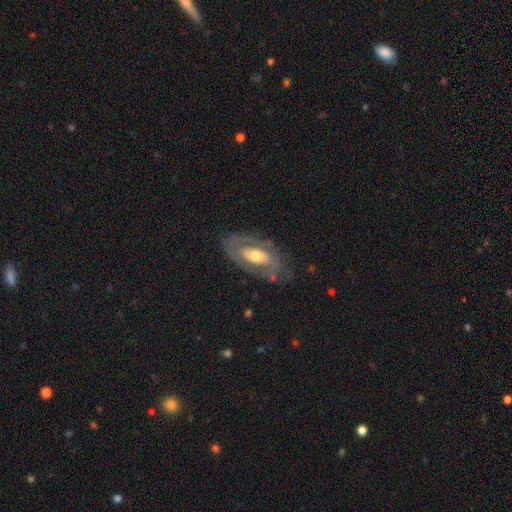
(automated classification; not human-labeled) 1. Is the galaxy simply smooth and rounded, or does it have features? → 67% featured or disk, 28% smooth, 5% star or artifact.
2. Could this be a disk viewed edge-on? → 90% no, 10% yes.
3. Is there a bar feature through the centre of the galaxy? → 64% no, 24% weak, 12% strong.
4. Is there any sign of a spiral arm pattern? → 55% no, 45% yes.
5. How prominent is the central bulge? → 65% moderate, 17% small, 16% large, 1% dominant, 1% none.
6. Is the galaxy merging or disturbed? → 72% none, 17% minor disturbance, 9% major disturbance, 2% merger.